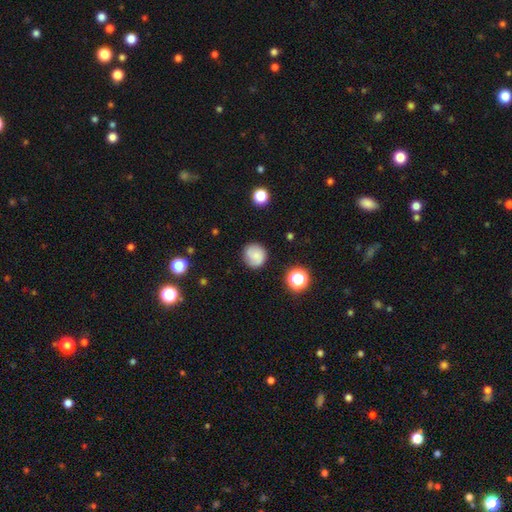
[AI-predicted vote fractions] This is likely a smooth galaxy (74%). How rounded: clearly round (88%). Merging: likely none (80%).